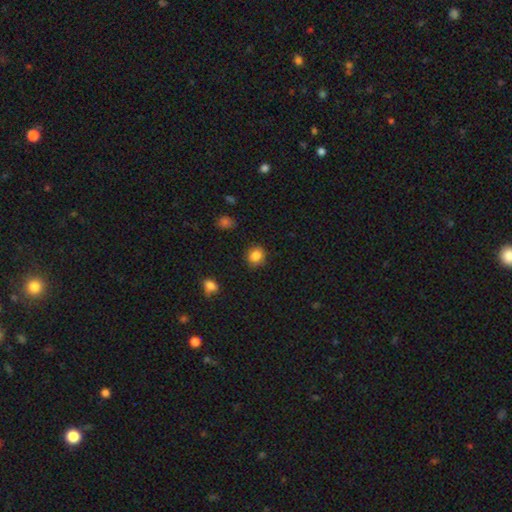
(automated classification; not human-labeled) Smooth or featured? Predicted: smooth (p=0.86). How rounded? Predicted: round (p=0.80). Merging? Predicted: none (p=0.83).